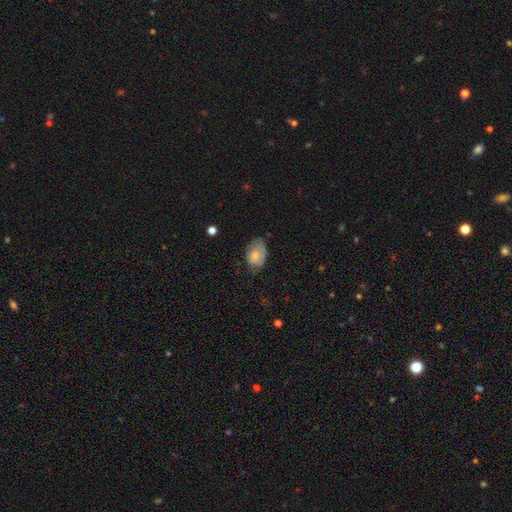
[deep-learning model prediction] Morphology: type=smooth (67%); roundness=in between (84%); merging=none (47%).